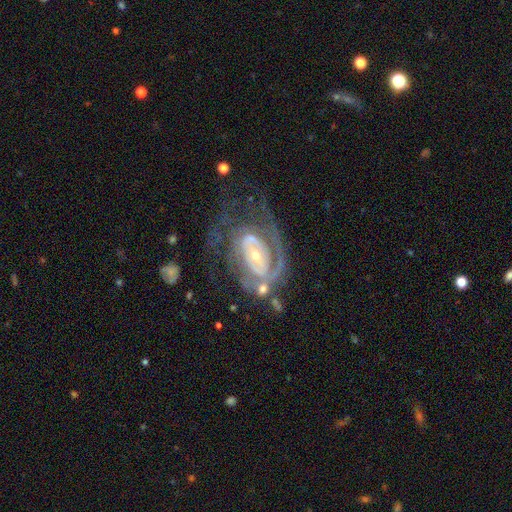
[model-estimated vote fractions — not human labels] Q: Smooth or featured?
A: featured or disk (86%); runner-up: smooth (8%)
Q: Edge-on disk?
A: no (96%); runner-up: yes (4%)
Q: Bar?
A: no (52%); runner-up: weak (31%)
Q: Spiral arms?
A: yes (89%); runner-up: no (11%)
Q: Spiral winding?
A: tight (64%); runner-up: medium (27%)
Q: Spiral arm count?
A: 2 (36%); runner-up: can't tell (30%)
Q: Bulge size?
A: small (60%); runner-up: moderate (35%)
Q: Merging?
A: none (44%); runner-up: major disturbance (29%)